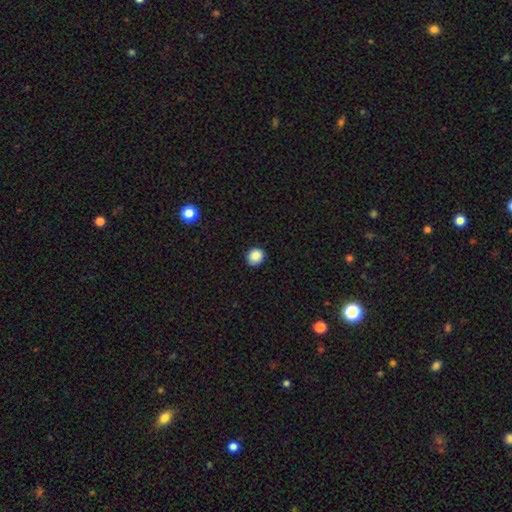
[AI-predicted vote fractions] Smooth or featured?
  - smooth: 88% *
  - star or artifact: 9%
  - featured or disk: 3%
How rounded?
  - round: 82% *
  - in between: 17%
  - cigar-shaped: 1%
Merging?
  - none: 89% *
  - minor disturbance: 8%
  - major disturbance: 2%
  - merger: 1%